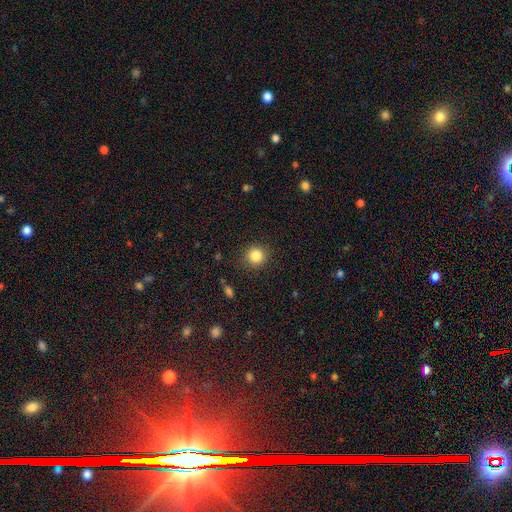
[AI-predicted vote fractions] smooth 85%, star or artifact 11%, featured or disk 5%. Down the decision tree: how rounded — round (91%); merging — none (88%).